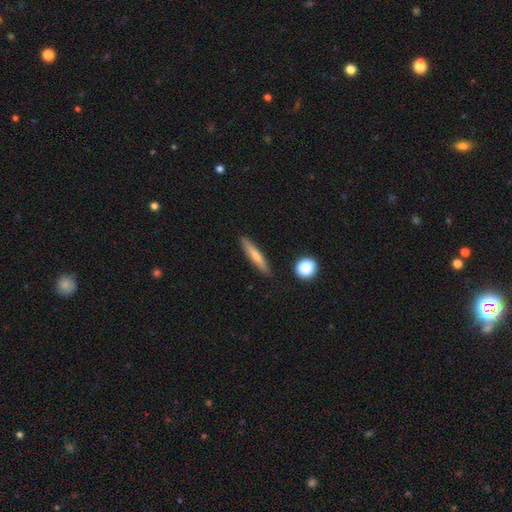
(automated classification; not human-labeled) Overall: smooth (64%; featured or disk 30%). How rounded: cigar-shaped (90%). Merging: none (87%).